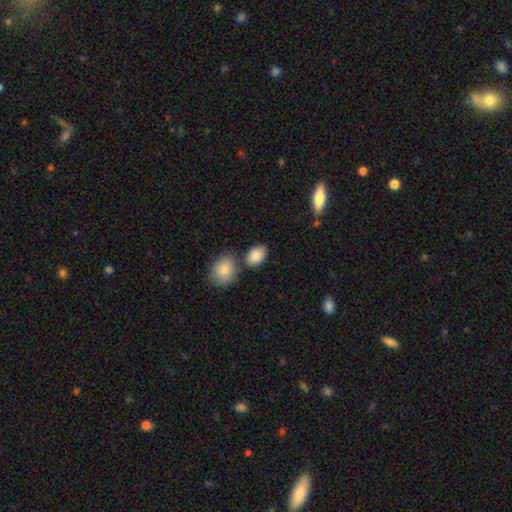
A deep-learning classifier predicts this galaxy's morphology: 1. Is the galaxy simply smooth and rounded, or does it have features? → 88% smooth, 7% star or artifact, 6% featured or disk.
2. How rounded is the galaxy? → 80% in between, 19% round, 1% cigar-shaped.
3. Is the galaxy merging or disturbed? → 64% none, 16% merger, 15% minor disturbance, 4% major disturbance.